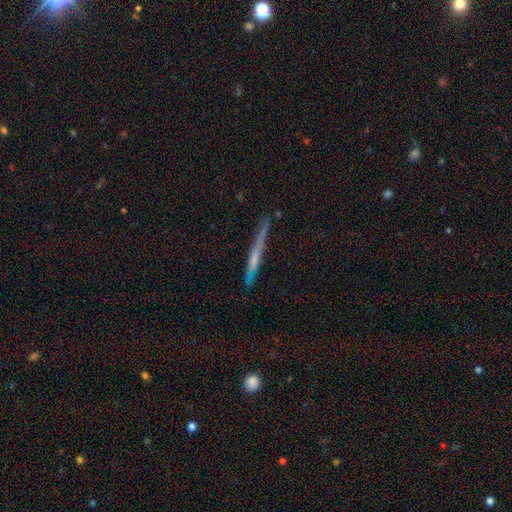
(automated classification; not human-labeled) Morphology: type=featured or disk (58%); edge-on=yes (94%); edge-on bulge=rounded (48%); merging=none (81%).